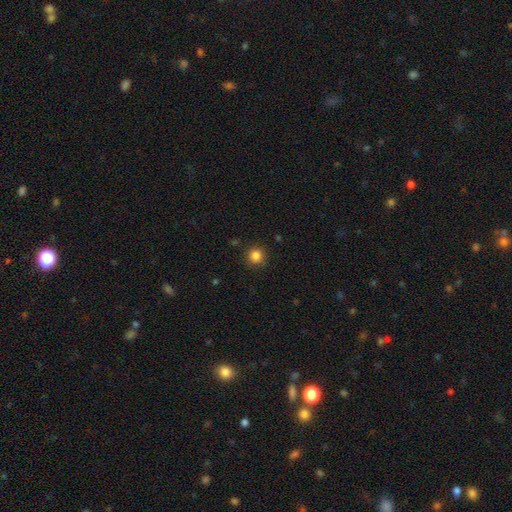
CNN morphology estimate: A smooth galaxy with no disk features (84%) that is round (92%). Merging: none (88%).